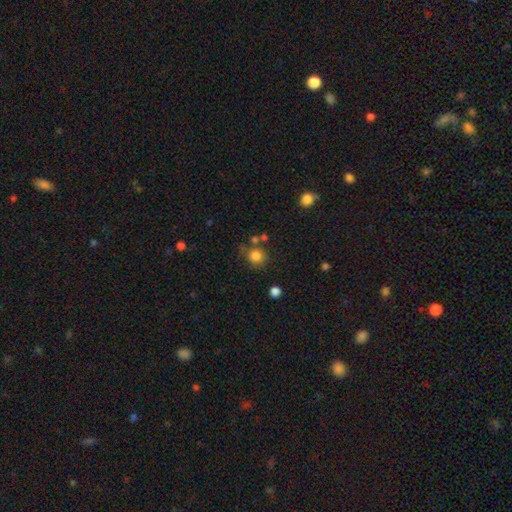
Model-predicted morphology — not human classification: type=smooth (82%); roundness=round (87%); merging=none (71%).